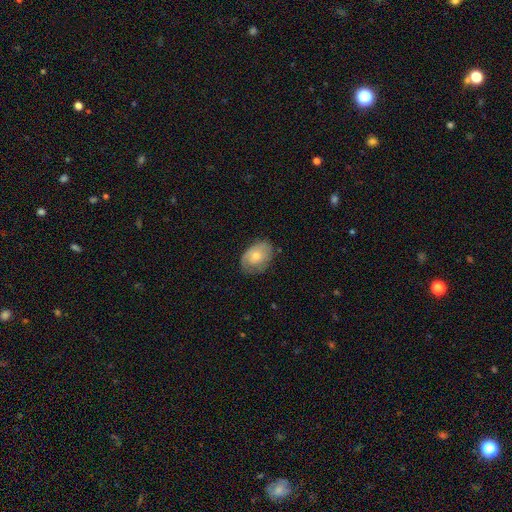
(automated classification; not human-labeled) This is possibly a featured or disk galaxy (47%). Merging: likely none (70%).